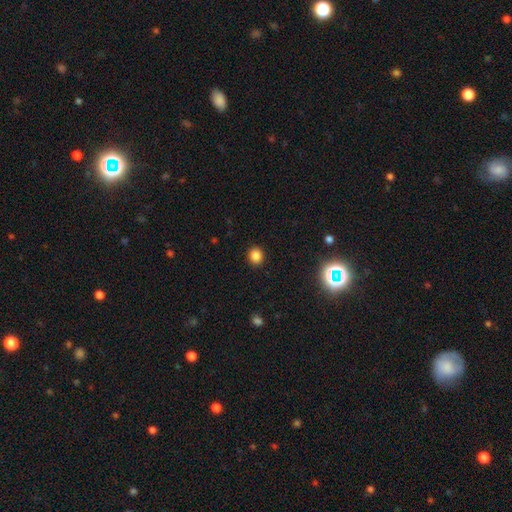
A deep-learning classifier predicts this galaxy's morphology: The model was most divided on "how rounded": round: 79%, in between: 20%, cigar-shaped: 1%. More confident: merging — none (91%); smooth or featured — smooth (83%).